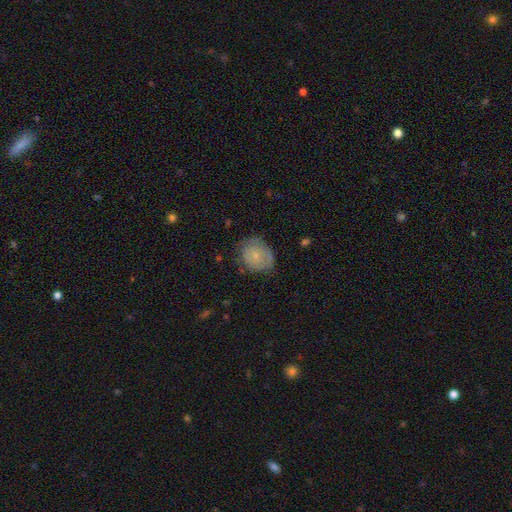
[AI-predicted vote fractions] A smooth galaxy with no disk features (56%) that is round (66%). Merging: none (63%).